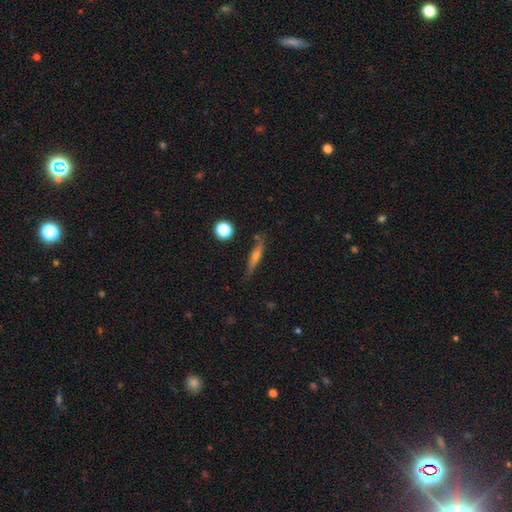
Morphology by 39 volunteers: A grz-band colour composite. It shows a featured or disk galaxy (77%) viewed edge-on (100%) with a rounded central bulge (77%). Merging: none (74%).